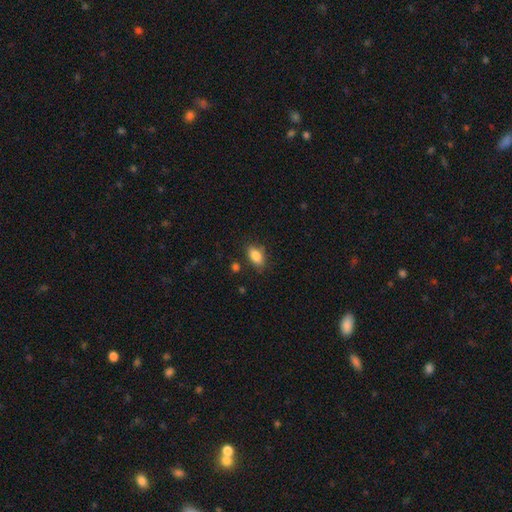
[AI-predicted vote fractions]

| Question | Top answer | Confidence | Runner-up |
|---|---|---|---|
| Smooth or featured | smooth | 85% | star or artifact (8%) |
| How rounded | in between | 88% | round (7%) |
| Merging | none | 79% | minor disturbance (15%) |